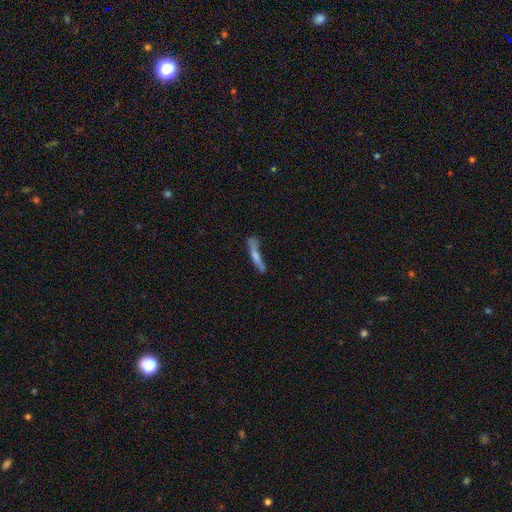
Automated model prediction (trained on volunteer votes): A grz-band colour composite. It shows a smooth galaxy with no disk features (49%). Merging: none (62%).